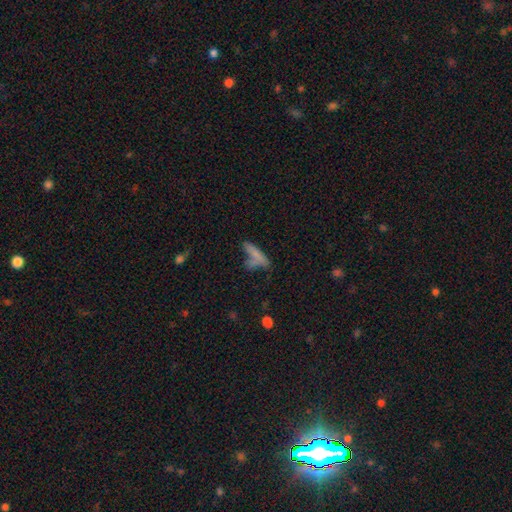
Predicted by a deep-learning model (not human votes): Smooth or featured: smooth — 71% (featured or disk — 18%)
How rounded: cigar-shaped — 67% (in between — 30%)
Merging: none — 45% (merger — 25%)